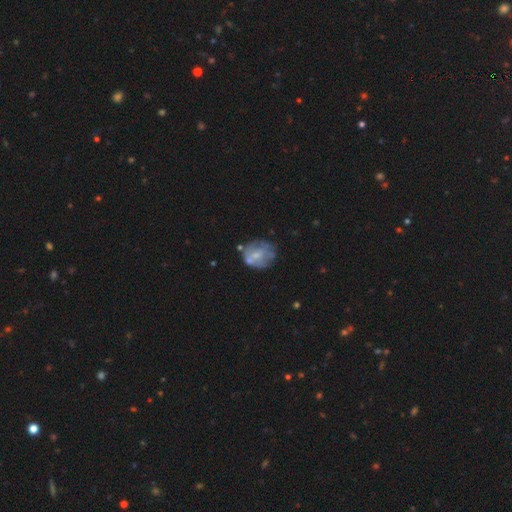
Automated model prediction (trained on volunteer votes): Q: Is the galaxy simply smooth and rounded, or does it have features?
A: featured or disk — 50%.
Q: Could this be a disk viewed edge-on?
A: no — 98%.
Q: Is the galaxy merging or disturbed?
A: none — 55%.